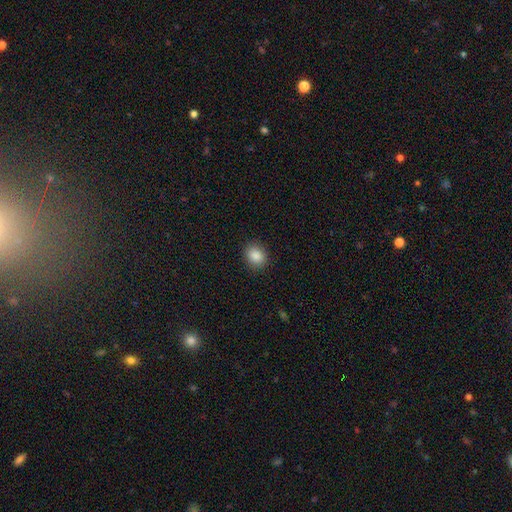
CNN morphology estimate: Overall: smooth (87%). How rounded: round (51%; in between 48%). Merging: none (89%).